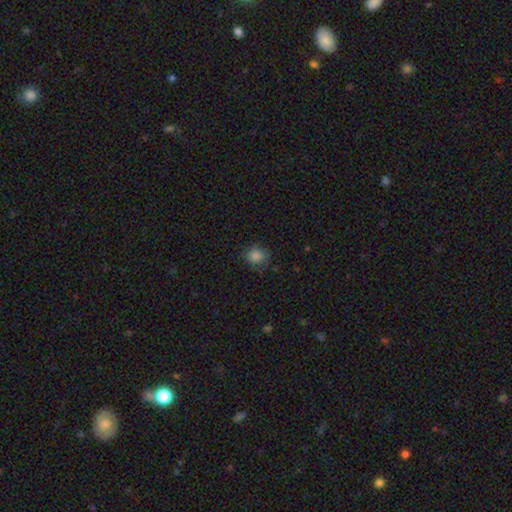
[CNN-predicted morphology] Smooth or featured?
  - smooth: 84% *
  - star or artifact: 12%
  - featured or disk: 4%
How rounded?
  - round: 81% *
  - in between: 19%
  - cigar-shaped: 1%
Merging?
  - none: 78% *
  - minor disturbance: 16%
  - major disturbance: 4%
  - merger: 1%